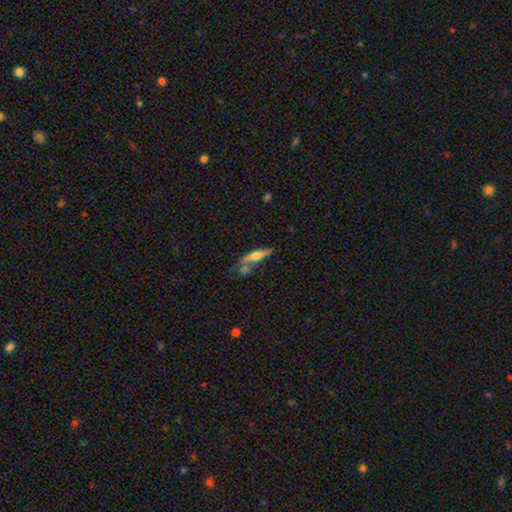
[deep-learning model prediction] Smooth or featured?
  - featured or disk: 54% *
  - smooth: 38%
  - star or artifact: 7%
Edge-on disk?
  - yes: 92% *
  - no: 8%
Merging?
  - none: 56% *
  - merger: 19%
  - minor disturbance: 17%
  - major disturbance: 7%